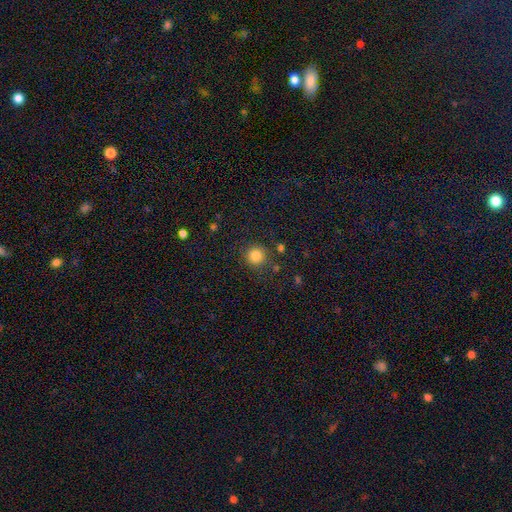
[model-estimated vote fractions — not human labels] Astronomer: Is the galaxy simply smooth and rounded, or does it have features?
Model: smooth — 83%.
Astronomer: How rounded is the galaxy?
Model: round — 94%.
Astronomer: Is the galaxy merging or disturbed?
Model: none — 86%.